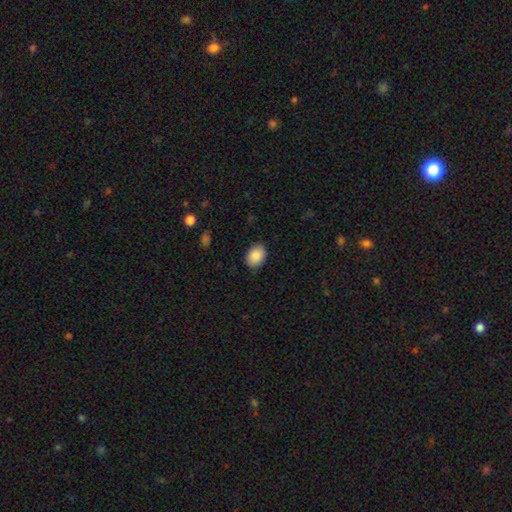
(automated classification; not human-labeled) smooth 89%, star or artifact 7%, featured or disk 4%. Down the decision tree: how rounded — in between (71%); merging — none (87%).